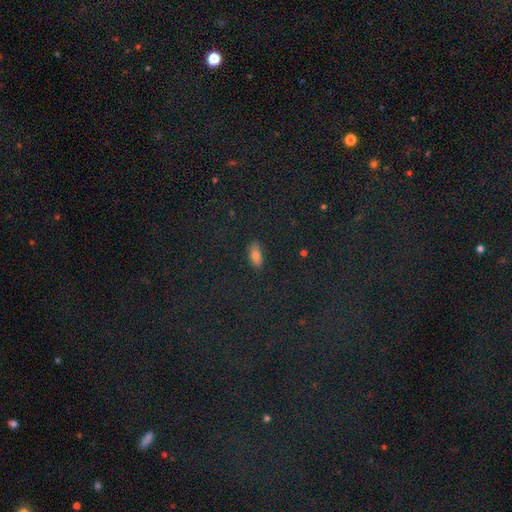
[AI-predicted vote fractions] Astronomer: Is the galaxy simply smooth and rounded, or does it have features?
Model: smooth — 73%.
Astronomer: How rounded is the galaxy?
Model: in between — 83%.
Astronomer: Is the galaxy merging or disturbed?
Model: none — 88%.